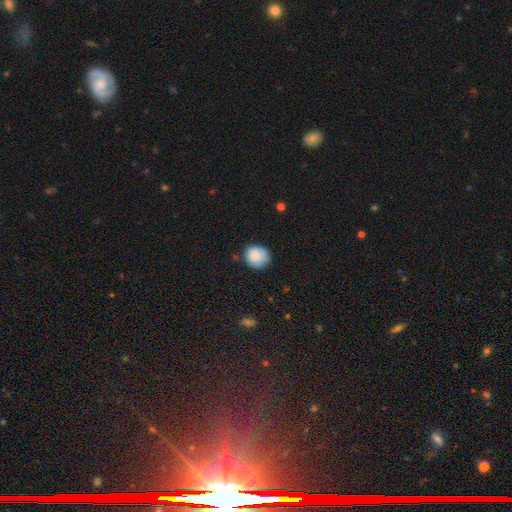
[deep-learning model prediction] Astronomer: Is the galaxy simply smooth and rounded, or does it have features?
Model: smooth — 82%.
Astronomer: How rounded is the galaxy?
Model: round — 81%.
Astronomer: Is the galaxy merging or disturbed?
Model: none — 74%.